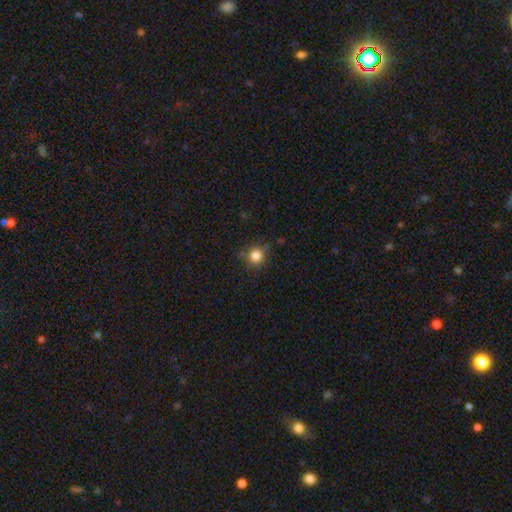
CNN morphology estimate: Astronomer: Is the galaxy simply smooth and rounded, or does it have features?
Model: smooth — 82%.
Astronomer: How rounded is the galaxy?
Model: round — 90%.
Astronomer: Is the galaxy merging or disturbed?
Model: none — 78%.